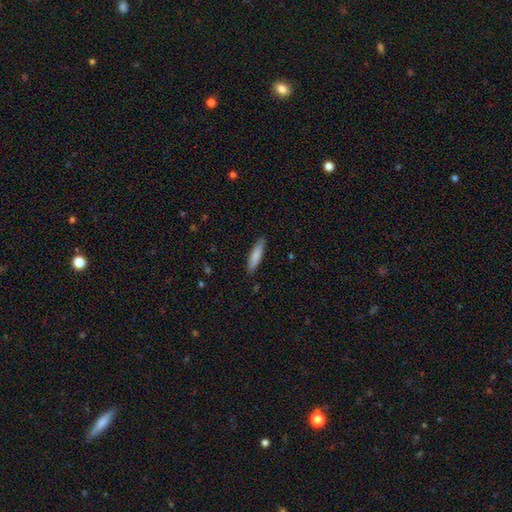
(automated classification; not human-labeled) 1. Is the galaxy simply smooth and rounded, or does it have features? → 83% smooth, 12% featured or disk, 6% star or artifact.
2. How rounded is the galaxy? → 78% cigar-shaped, 21% in between, 1% round.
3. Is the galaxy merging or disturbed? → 87% none, 10% minor disturbance, 2% major disturbance, 1% merger.